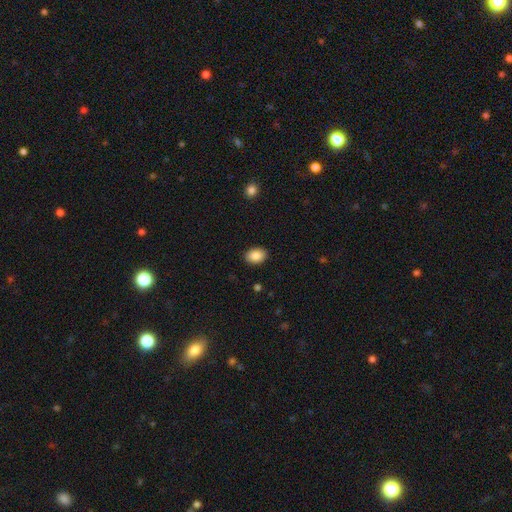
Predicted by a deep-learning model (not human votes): The model was most divided on "how rounded": in between: 79%, round: 20%, cigar-shaped: 1%. More confident: merging — none (90%); smooth or featured — smooth (88%).